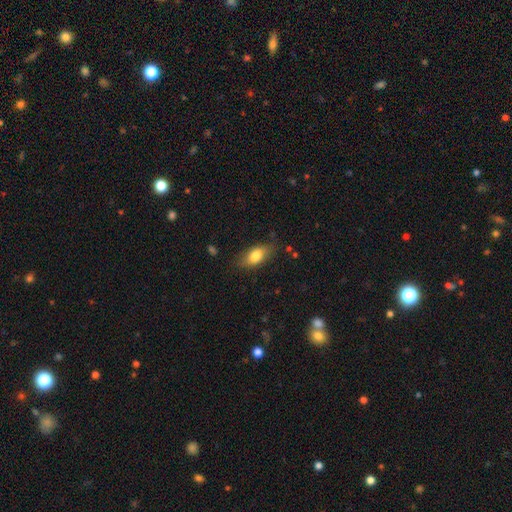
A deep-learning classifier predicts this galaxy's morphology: Smooth or featured? smooth (78%)
How rounded? in between (85%)
Merging? none (77%)